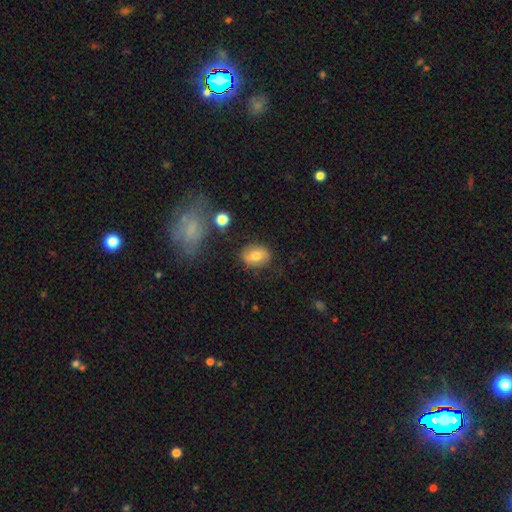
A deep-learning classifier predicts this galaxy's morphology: Smooth or featured?
  - smooth: 70% *
  - featured or disk: 21%
  - star or artifact: 9%
How rounded?
  - in between: 63% *
  - round: 36%
  - cigar-shaped: 1%
Merging?
  - none: 78% *
  - minor disturbance: 15%
  - major disturbance: 4%
  - merger: 3%